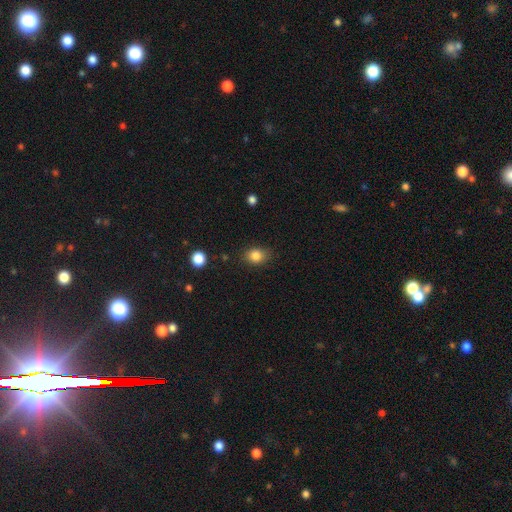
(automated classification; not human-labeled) A smooth galaxy with no disk features (84%) that is in between round and cigar-shaped (54%).

Vote fractions:
- Smooth or featured? smooth: 84% / star or artifact: 11% / featured or disk: 6%
- How rounded? in between: 54% / round: 45% / cigar-shaped: 1%
- Merging? none: 83% / minor disturbance: 13% / major disturbance: 3% / merger: 1%